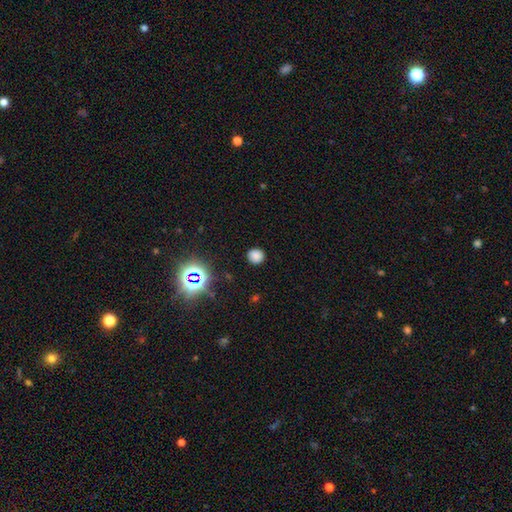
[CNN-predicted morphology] Overall: smooth (77%). How rounded: round (88%). Merging: none (88%).